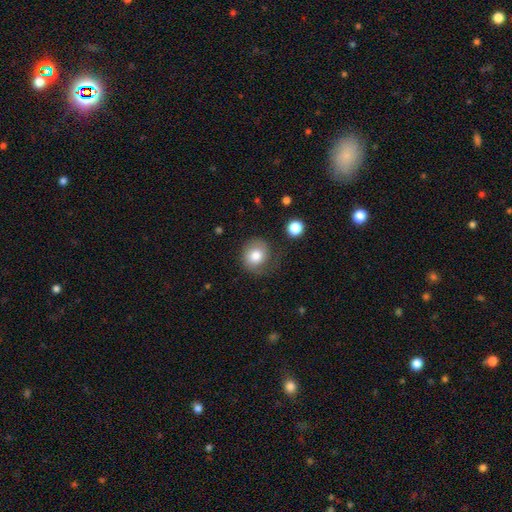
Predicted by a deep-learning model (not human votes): smooth 76%, featured or disk 16%, star or artifact 8%. Down the decision tree: how rounded — round (79%); merging — none (56%).